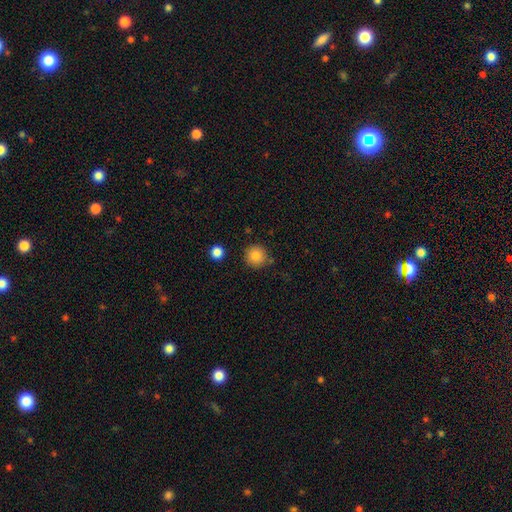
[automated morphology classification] This appears to be a smooth galaxy with no disk features (85%) that is round (94%). Merging: none (83%).